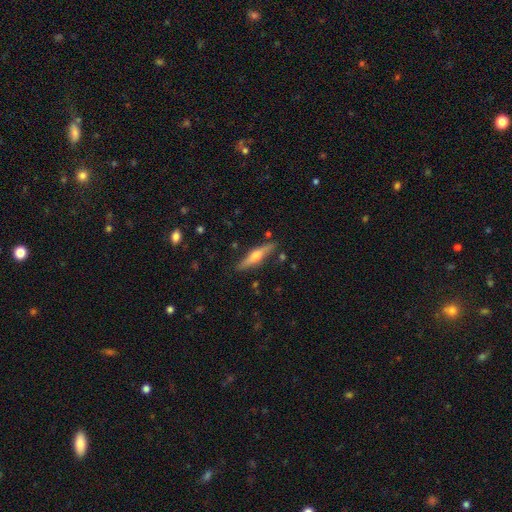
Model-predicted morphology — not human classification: Smooth or featured? featured or disk (62%)
Edge-on disk? yes (96%)
Edge-on bulge? rounded (92%)
Merging? none (85%)